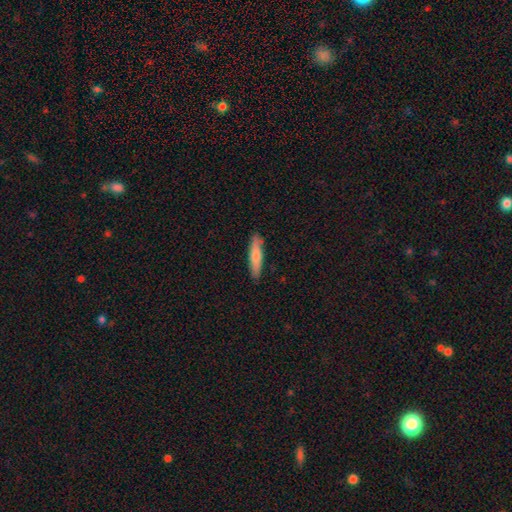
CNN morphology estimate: smooth_or_featured: smooth (p=0.67) [alt: featured or disk p=0.27]
how_rounded: cigar-shaped (p=0.85) [alt: in between p=0.13]
merging: none (p=0.89) [alt: minor disturbance p=0.08]